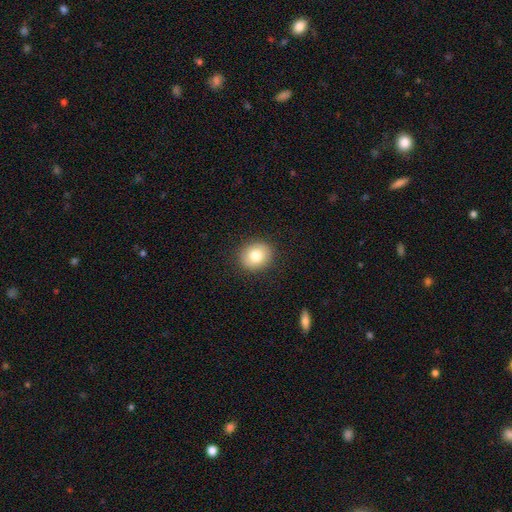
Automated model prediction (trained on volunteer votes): Smooth or featured: smooth — 80% (featured or disk — 11%)
How rounded: round — 74% (in between — 25%)
Merging: none — 90% (minor disturbance — 7%)